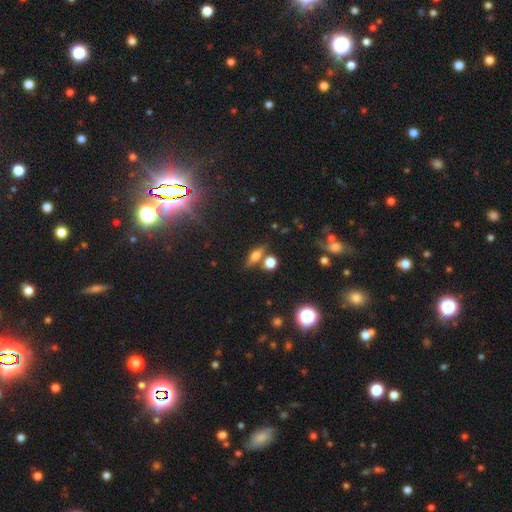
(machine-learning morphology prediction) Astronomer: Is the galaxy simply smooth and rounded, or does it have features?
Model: smooth — 46% (runner-up: featured or disk, 38%).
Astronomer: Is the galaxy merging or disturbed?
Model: none — 73%.